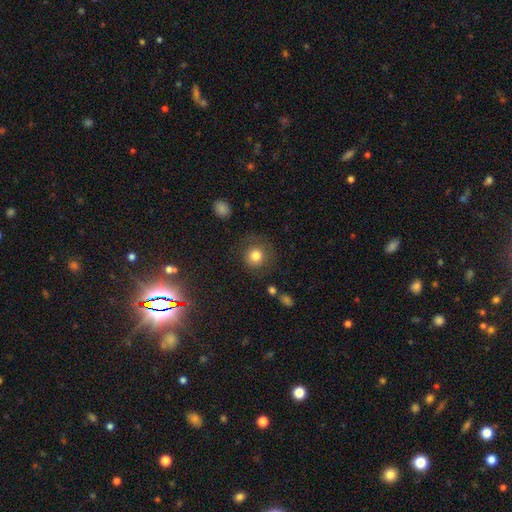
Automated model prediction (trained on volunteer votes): A smooth galaxy with no disk features (80%) that is round (91%).

Vote fractions:
- Smooth or featured? smooth: 80% / star or artifact: 11% / featured or disk: 9%
- How rounded? round: 91% / in between: 8% / cigar-shaped: 1%
- Merging? none: 77% / minor disturbance: 13% / major disturbance: 8% / merger: 2%